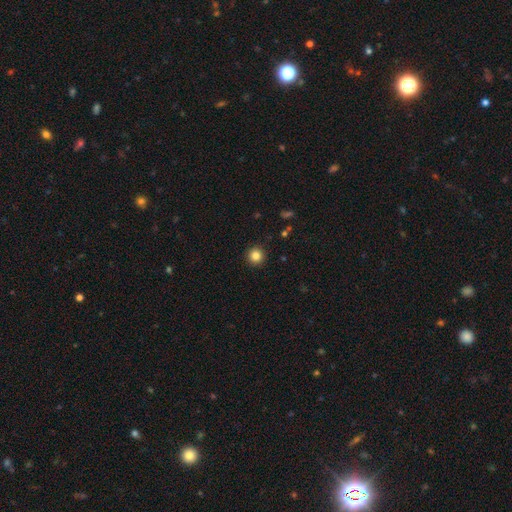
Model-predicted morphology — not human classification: type=smooth (84%); roundness=round (96%); merging=none (93%).